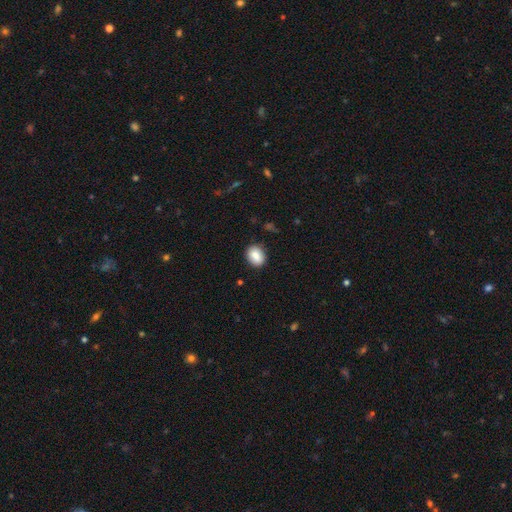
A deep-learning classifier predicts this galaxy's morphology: Smooth or featured: smooth — 86% (star or artifact — 8%)
How rounded: in between — 62% (round — 36%)
Merging: none — 85% (minor disturbance — 11%)